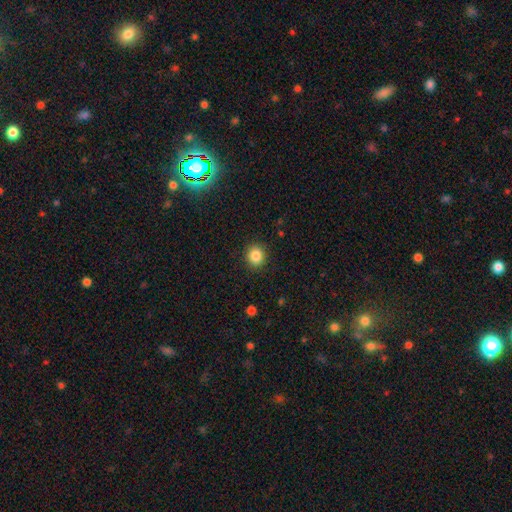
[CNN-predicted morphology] This appears to be a smooth galaxy with no disk features (85%) that is round (82%). Merging: none (90%).